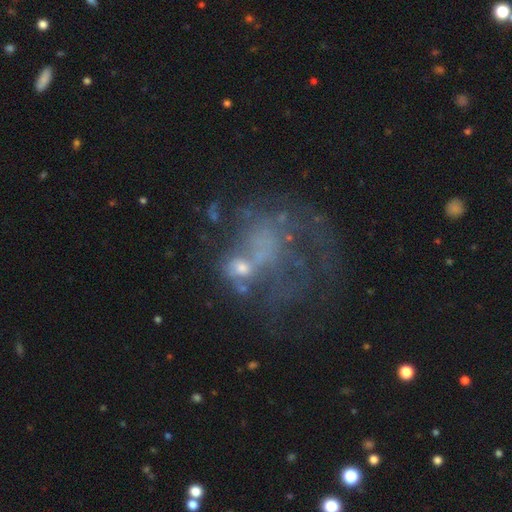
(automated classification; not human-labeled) Smooth or featured: featured or disk — 56% (star or artifact — 24%)
Edge-on disk: no — 98% (yes — 2%)
Bar: no — 86% (weak — 12%)
Spiral arms: no — 76% (yes — 24%)
Bulge size: none — 58% (small — 25%)
Merging: major disturbance — 41% (none — 31%)